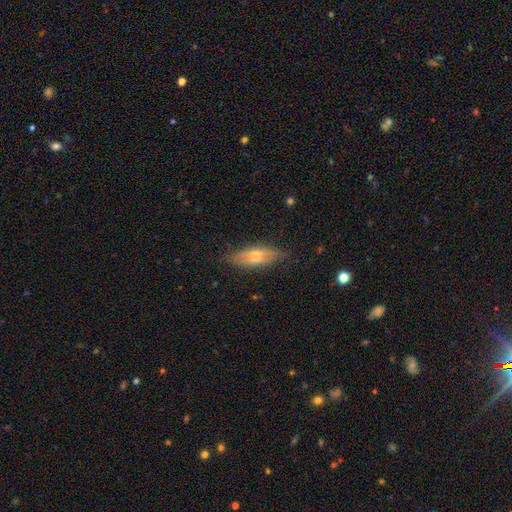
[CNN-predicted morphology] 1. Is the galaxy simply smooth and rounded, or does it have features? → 50% featured or disk, 41% smooth, 9% star or artifact.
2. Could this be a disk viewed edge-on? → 83% yes, 17% no.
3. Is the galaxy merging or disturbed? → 79% none, 15% minor disturbance, 4% major disturbance, 1% merger.